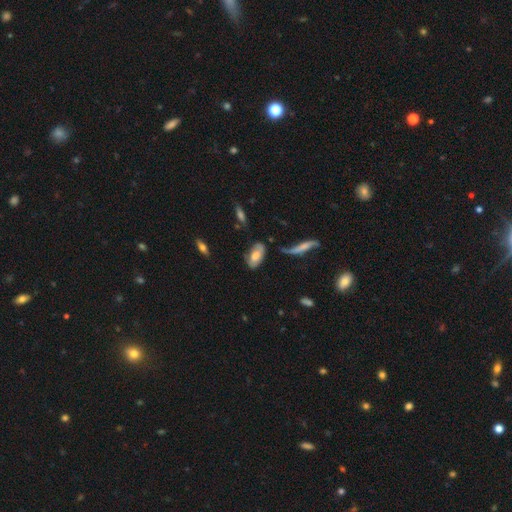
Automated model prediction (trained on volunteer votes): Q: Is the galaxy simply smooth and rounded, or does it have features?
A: smooth — 63%.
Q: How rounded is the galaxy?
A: in between — 92%.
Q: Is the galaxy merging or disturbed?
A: none — 53%.